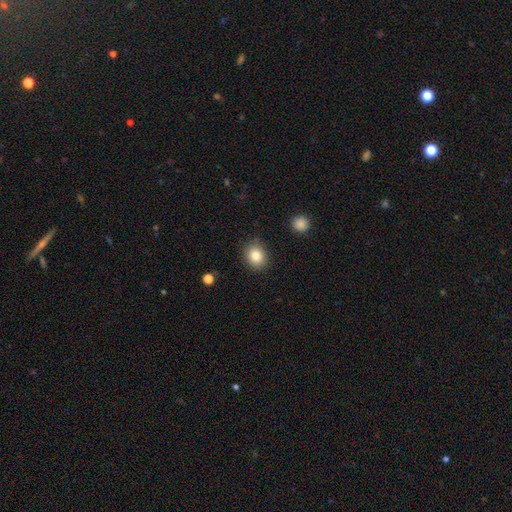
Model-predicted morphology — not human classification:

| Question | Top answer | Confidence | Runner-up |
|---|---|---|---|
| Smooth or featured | smooth | 84% | star or artifact (9%) |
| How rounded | round | 65% | in between (34%) |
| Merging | none | 86% | minor disturbance (10%) |